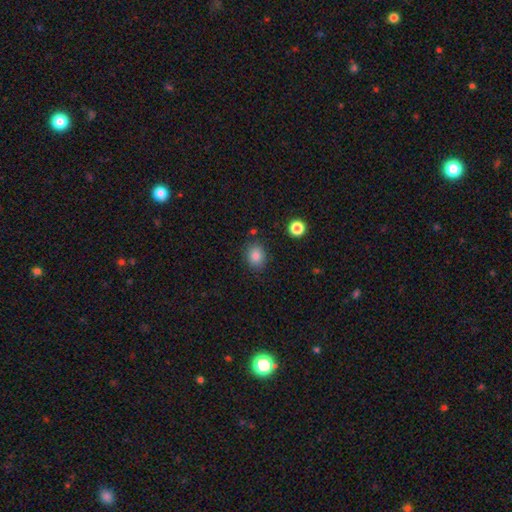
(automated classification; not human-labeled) This is clearly a smooth galaxy (84%). How rounded: possibly round (52%). Merging: clearly none (83%).